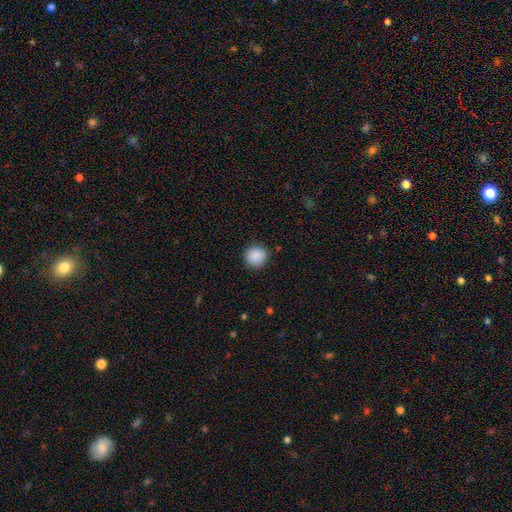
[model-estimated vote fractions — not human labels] Smooth or featured?
  - smooth: 89% *
  - star or artifact: 8%
  - featured or disk: 3%
How rounded?
  - round: 92% *
  - in between: 8%
  - cigar-shaped: 1%
Merging?
  - none: 87% *
  - minor disturbance: 9%
  - major disturbance: 2%
  - merger: 1%